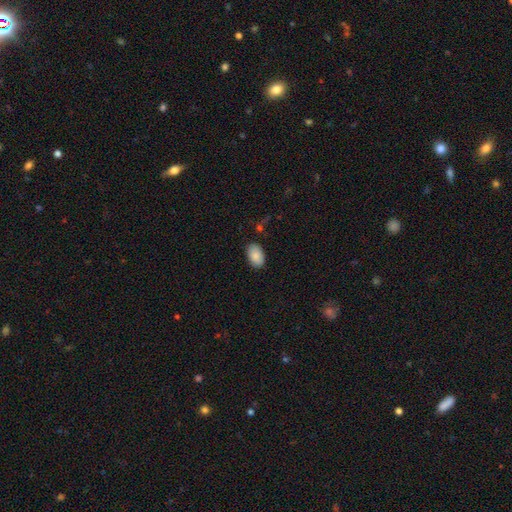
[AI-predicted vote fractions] Q: Smooth or featured?
A: smooth (87%); runner-up: star or artifact (7%)
Q: How rounded?
A: in between (92%); runner-up: round (6%)
Q: Merging?
A: none (86%); runner-up: minor disturbance (10%)